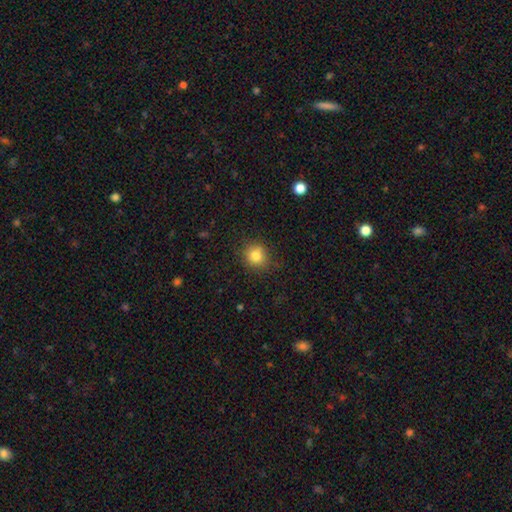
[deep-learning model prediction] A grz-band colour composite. It shows a smooth galaxy with no disk features (81%) that is round (83%). Merging: none (86%).